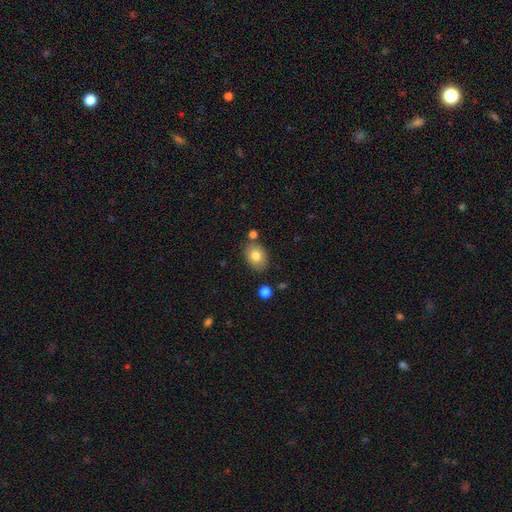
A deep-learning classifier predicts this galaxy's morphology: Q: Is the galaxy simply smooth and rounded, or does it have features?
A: smooth — 80%.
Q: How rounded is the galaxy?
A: in between — 75%.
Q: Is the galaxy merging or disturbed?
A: none — 78%.